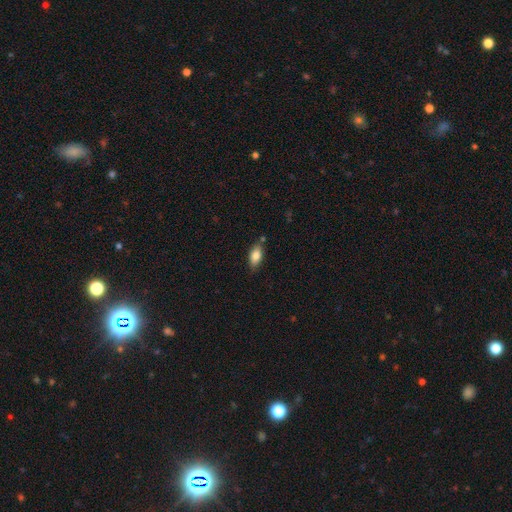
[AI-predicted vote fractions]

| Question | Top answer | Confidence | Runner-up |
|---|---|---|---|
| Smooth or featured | smooth | 82% | featured or disk (11%) |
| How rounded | in between | 88% | cigar-shaped (9%) |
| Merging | none | 76% | minor disturbance (16%) |